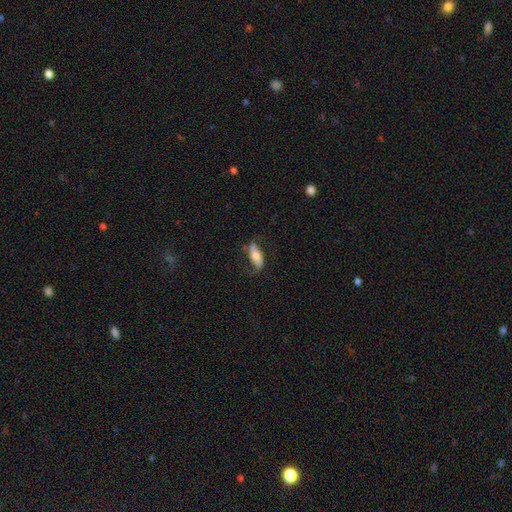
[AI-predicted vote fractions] A featured or disk galaxy (48%).

Vote fractions:
- Smooth or featured? featured or disk: 48% / smooth: 45% / star or artifact: 7%
- Merging? none: 64% / minor disturbance: 22% / major disturbance: 12% / merger: 2%